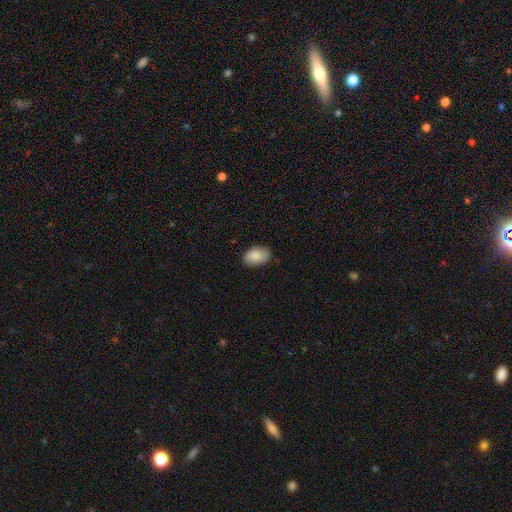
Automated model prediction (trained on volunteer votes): Q: Smooth or featured?
A: smooth (88%); runner-up: star or artifact (6%)
Q: How rounded?
A: in between (89%); runner-up: round (9%)
Q: Merging?
A: none (84%); runner-up: minor disturbance (12%)